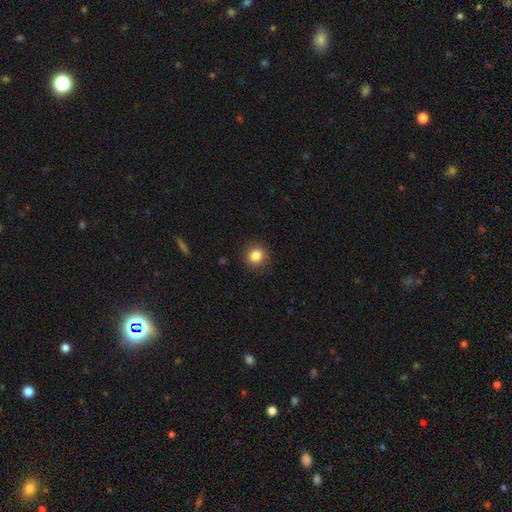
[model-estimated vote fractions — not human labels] A smooth galaxy with no disk features (85%) that is round (86%).

Vote fractions:
- Smooth or featured? smooth: 85% / star or artifact: 10% / featured or disk: 6%
- How rounded? round: 86% / in between: 13% / cigar-shaped: 1%
- Merging? none: 89% / minor disturbance: 7% / major disturbance: 2% / merger: 1%